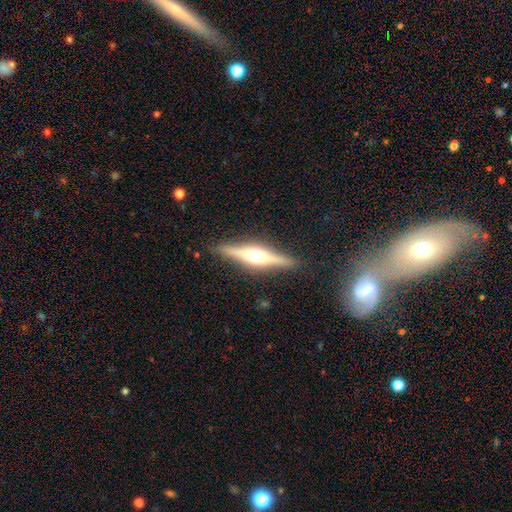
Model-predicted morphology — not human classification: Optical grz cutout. It shows a featured or disk galaxy (73%) viewed edge-on (97%) with a rounded central bulge (91%). Merging: none (88%).